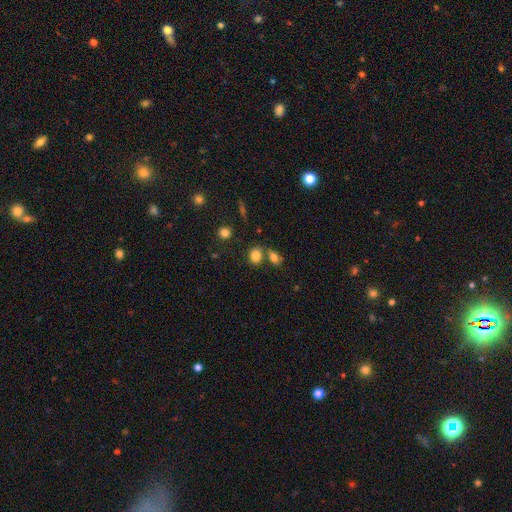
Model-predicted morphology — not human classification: smooth 82%, star or artifact 11%, featured or disk 7%. Down the decision tree: how rounded — in between (58%); merging — none (59%).